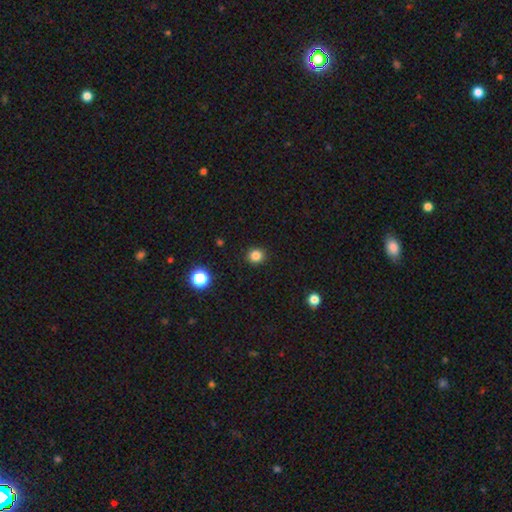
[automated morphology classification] Smooth or featured?
  - smooth: 83% *
  - star or artifact: 13%
  - featured or disk: 4%
How rounded?
  - round: 90% *
  - in between: 9%
  - cigar-shaped: 1%
Merging?
  - none: 92% *
  - minor disturbance: 5%
  - major disturbance: 2%
  - merger: 1%